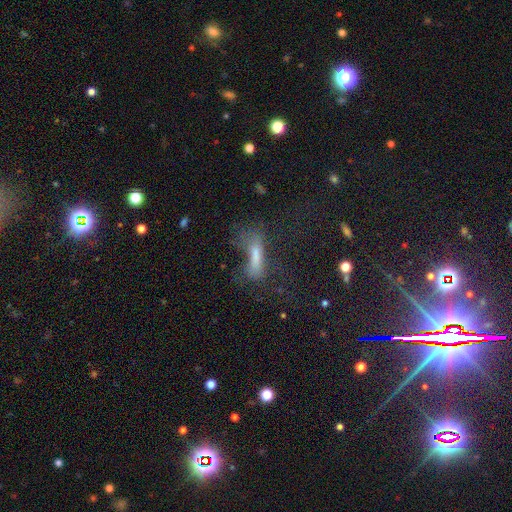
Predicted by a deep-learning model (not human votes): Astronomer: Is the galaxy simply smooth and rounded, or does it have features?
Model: smooth — 50% (runner-up: featured or disk, 28%).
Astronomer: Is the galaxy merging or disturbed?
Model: none — 41% (runner-up: major disturbance, 33%).